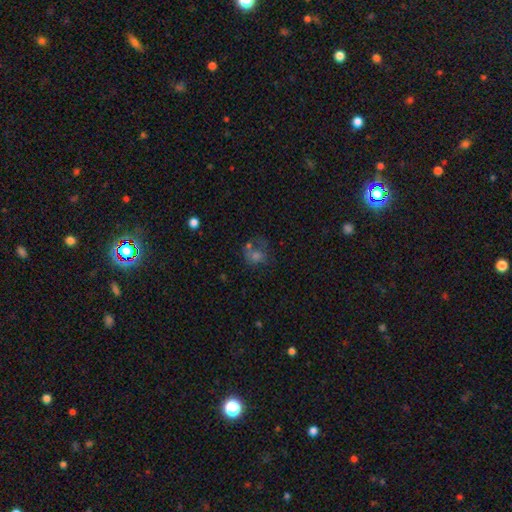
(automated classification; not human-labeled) Q: Smooth or featured?
A: smooth (49%); runner-up: featured or disk (26%)
Q: Merging?
A: none (40%); runner-up: major disturbance (23%)